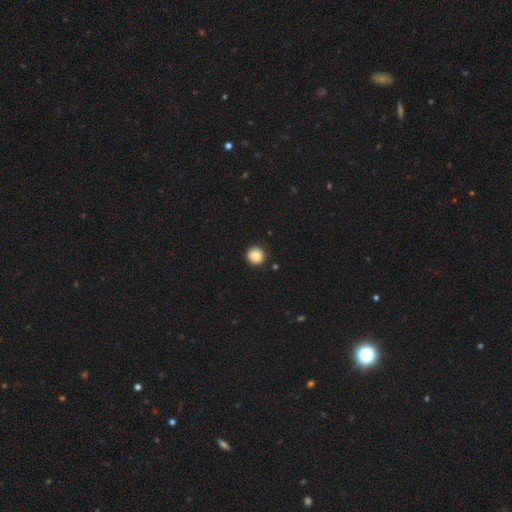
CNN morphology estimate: Smooth or featured? Predicted: smooth (p=0.84). How rounded? Predicted: round (p=0.95). Merging? Predicted: none (p=0.85).